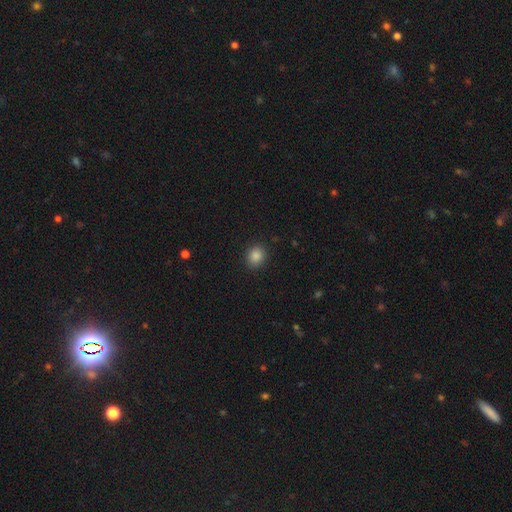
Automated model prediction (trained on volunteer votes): Smooth or featured? Predicted: smooth (p=0.86). How rounded? Predicted: round (p=0.63). Merging? Predicted: none (p=0.89).